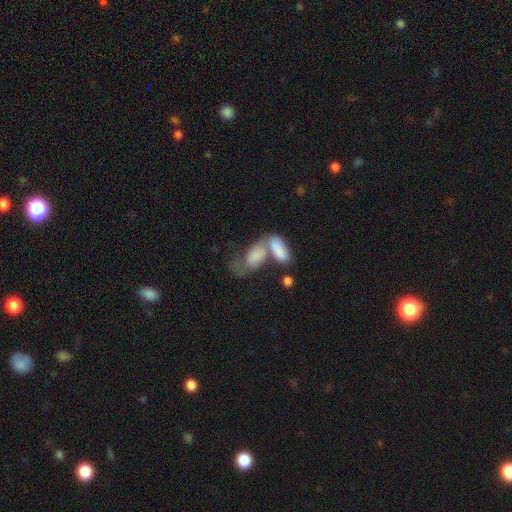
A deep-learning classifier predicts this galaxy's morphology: smooth_or_featured: smooth (p=0.77) [alt: featured or disk p=0.17]
how_rounded: in between (p=0.89) [alt: cigar-shaped p=0.07]
merging: merger (p=0.62) [alt: none p=0.18]